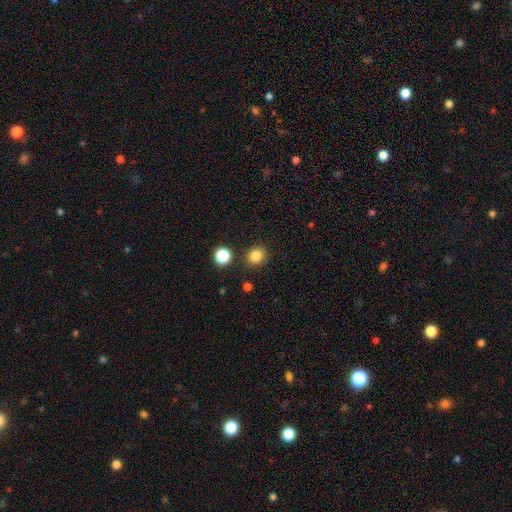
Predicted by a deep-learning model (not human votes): A smooth galaxy with no disk features (83%) that is round (80%).

Vote fractions:
- Smooth or featured? smooth: 83% / star or artifact: 12% / featured or disk: 5%
- How rounded? round: 80% / in between: 19% / cigar-shaped: 1%
- Merging? none: 85% / minor disturbance: 8% / merger: 4% / major disturbance: 3%